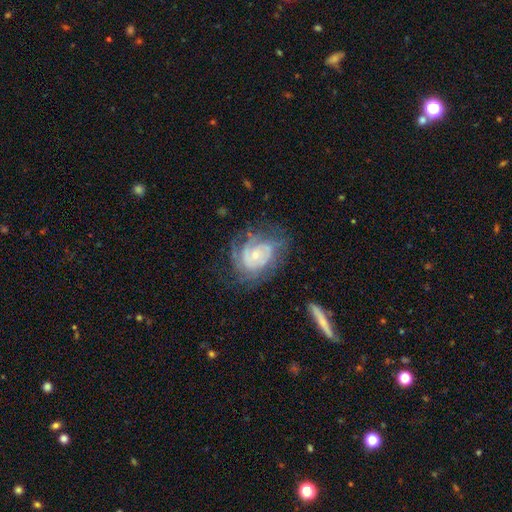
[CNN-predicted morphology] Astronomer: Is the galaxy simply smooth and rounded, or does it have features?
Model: featured or disk — 78%.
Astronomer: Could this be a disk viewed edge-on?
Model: no — 97%.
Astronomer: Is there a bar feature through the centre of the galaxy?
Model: no — 71%.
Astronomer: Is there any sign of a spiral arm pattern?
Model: yes — 89%.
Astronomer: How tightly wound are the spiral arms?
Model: tight — 62%.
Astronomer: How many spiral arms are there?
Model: can't tell — 43% (runner-up: 2, 23%).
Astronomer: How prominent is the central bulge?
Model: small — 67%.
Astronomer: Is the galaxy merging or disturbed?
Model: none — 61%.